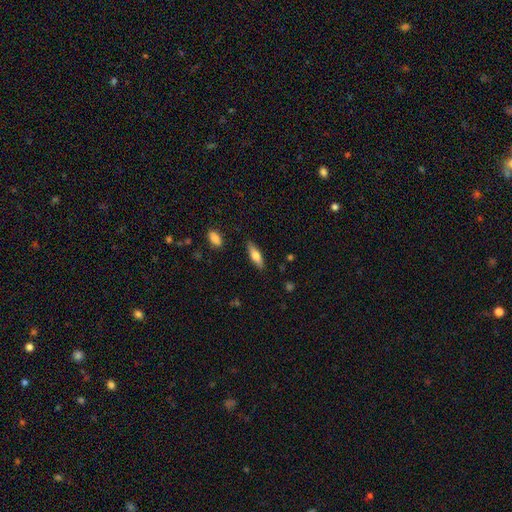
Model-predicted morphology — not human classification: A smooth galaxy with no disk features (64%) that is in between round and cigar-shaped (51%).

Vote fractions:
- Smooth or featured? smooth: 64% / featured or disk: 30% / star or artifact: 6%
- How rounded? in between: 51% / cigar-shaped: 47% / round: 2%
- Merging? none: 87% / minor disturbance: 10% / major disturbance: 2% / merger: 1%